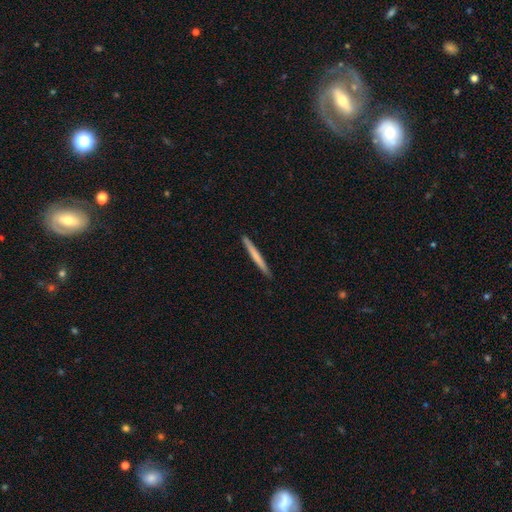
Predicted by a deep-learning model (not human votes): This appears to be a smooth galaxy with no disk features (63%) that is cigar-shaped (97%). Merging: none (92%).